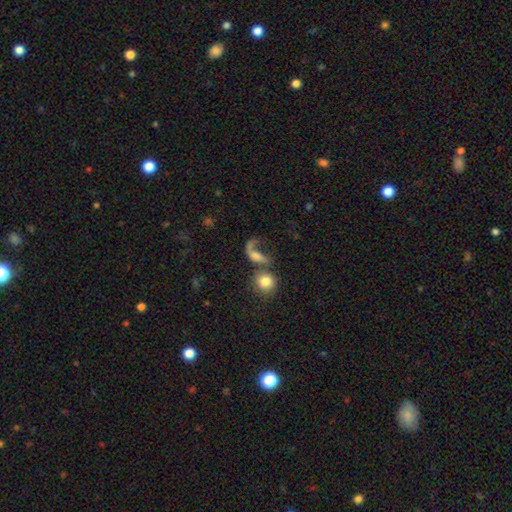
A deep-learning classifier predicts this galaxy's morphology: smooth_or_featured: smooth (p=0.49) [alt: featured or disk p=0.38]
merging: merger (p=0.36) [alt: major disturbance p=0.32]